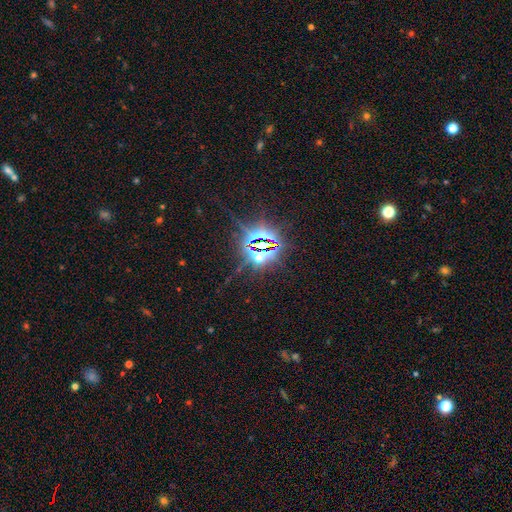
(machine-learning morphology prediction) Smooth or featured? star or artifact (84%)